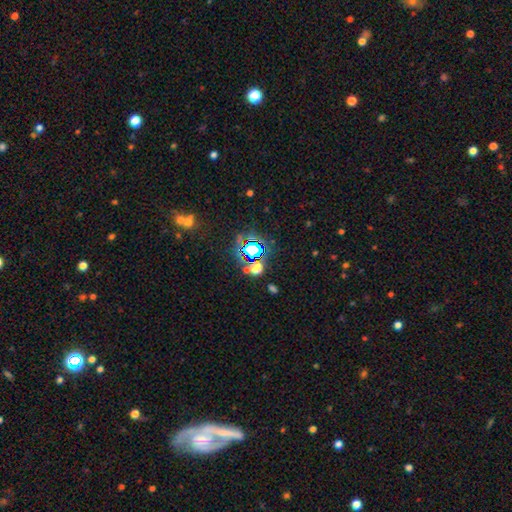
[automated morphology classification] The model was most divided on "smooth or featured": star or artifact: 63%, smooth: 27%, featured or disk: 10%.